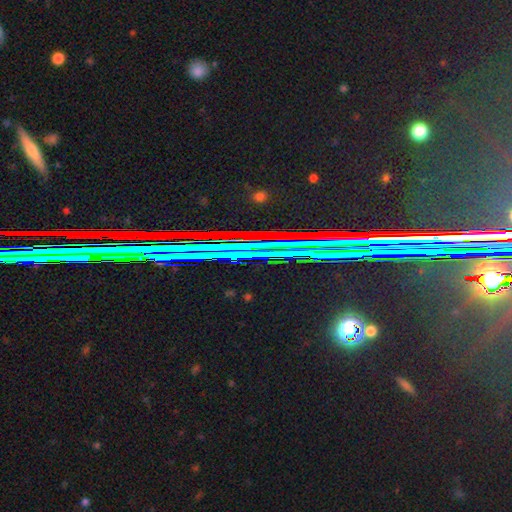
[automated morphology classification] Overall: star or artifact (82%).